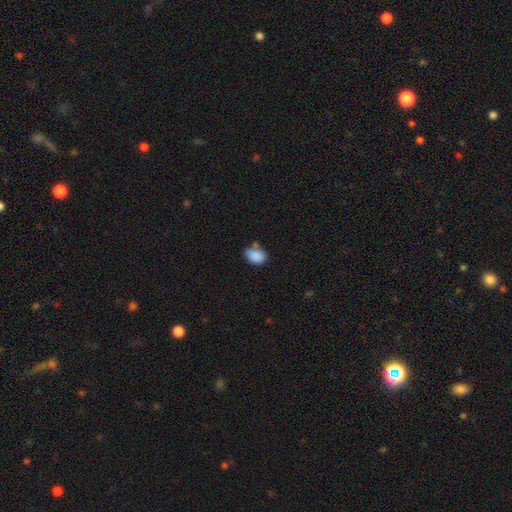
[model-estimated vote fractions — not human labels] Smooth or featured?
  - smooth: 88% *
  - star or artifact: 8%
  - featured or disk: 4%
How rounded?
  - in between: 82% *
  - round: 17%
  - cigar-shaped: 1%
Merging?
  - none: 62% *
  - minor disturbance: 22%
  - merger: 11%
  - major disturbance: 5%